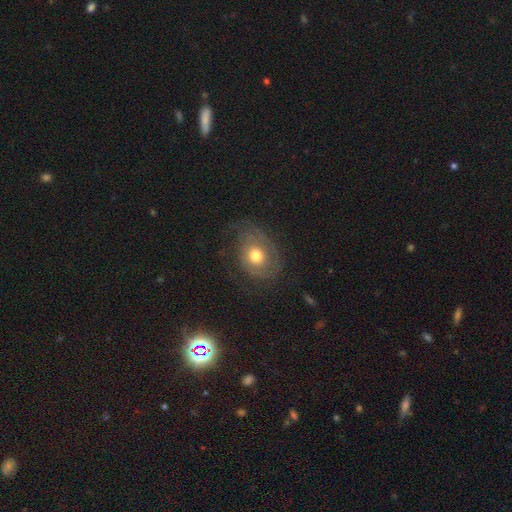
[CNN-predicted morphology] featured or disk 59%, smooth 32%, star or artifact 9%. Down the decision tree: edge-on disk — no (96%); bar — no (84%); spiral arms — yes (76%); bulge size — moderate (73%); merging — none (62%).